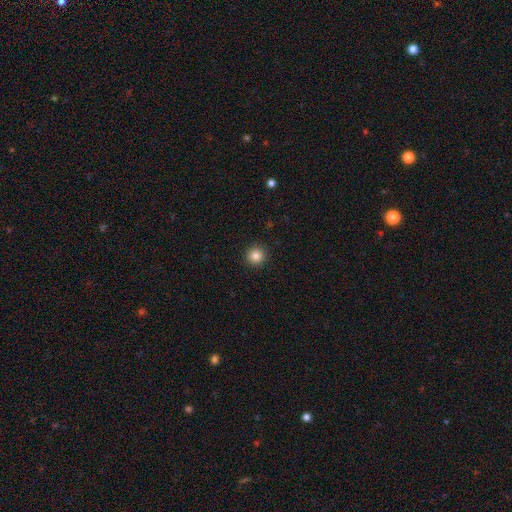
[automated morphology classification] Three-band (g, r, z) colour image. It shows a smooth galaxy with no disk features (85%) that is round (95%). Merging: none (92%).